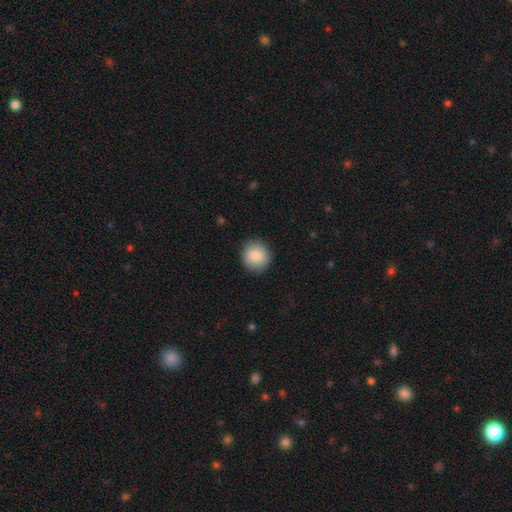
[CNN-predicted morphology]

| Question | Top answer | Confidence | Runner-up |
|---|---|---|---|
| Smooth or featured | smooth | 83% | featured or disk (9%) |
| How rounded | round | 92% | in between (7%) |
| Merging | none | 90% | minor disturbance (7%) |